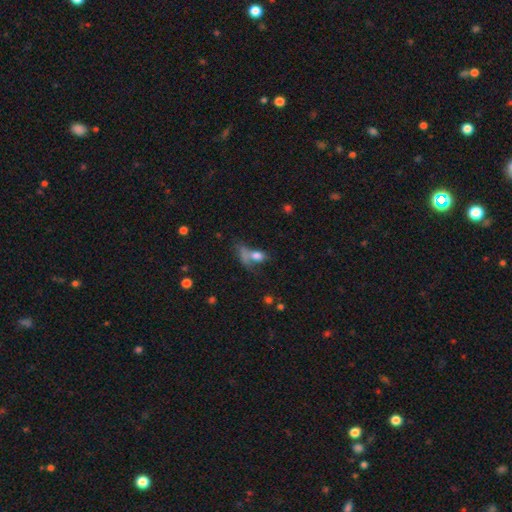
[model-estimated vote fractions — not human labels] Smooth or featured? Predicted: smooth (p=0.72). How rounded? Predicted: in between (p=0.67). Merging? Predicted: merger (p=0.34).